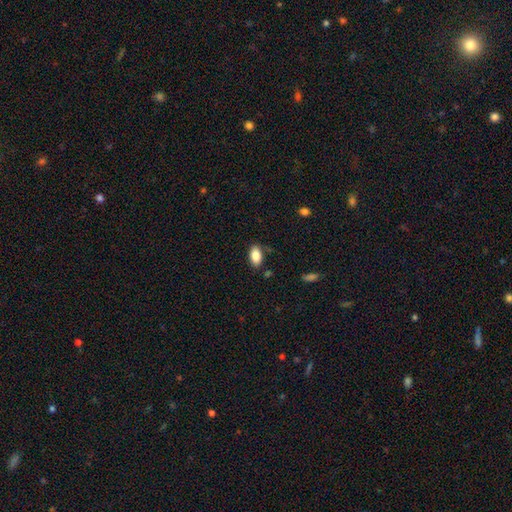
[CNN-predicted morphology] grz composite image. It shows a smooth galaxy with no disk features (86%) that is in between round and cigar-shaped (92%). Merging: none (82%).